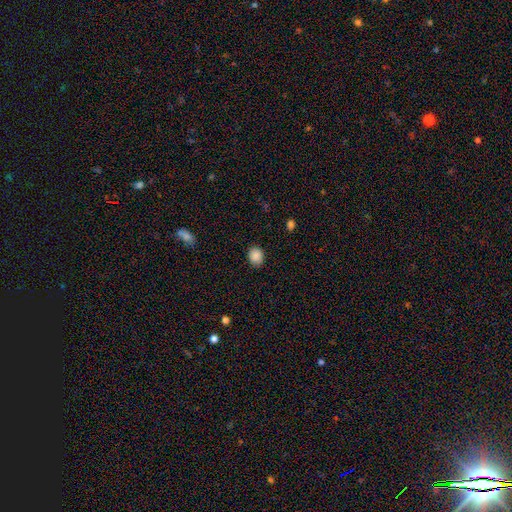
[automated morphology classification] This appears to be a smooth galaxy with no disk features (88%) that is round (54%). Merging: none (86%).